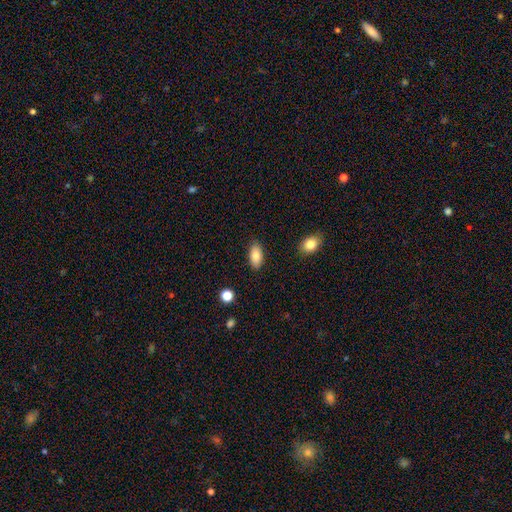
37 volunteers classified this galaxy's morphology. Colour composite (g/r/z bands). It shows a smooth galaxy with no disk features (97%) that is in between round and cigar-shaped (83%). Merging: none (95%).